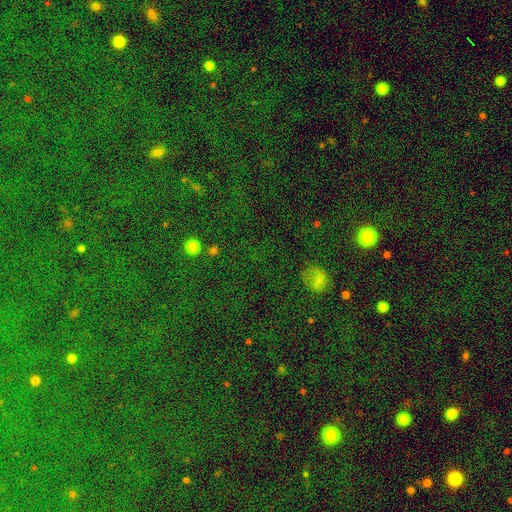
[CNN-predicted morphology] Q: Smooth or featured?
A: star or artifact (77%); runner-up: smooth (15%)